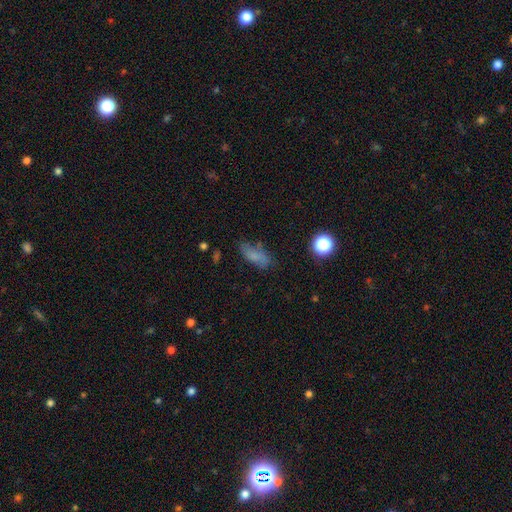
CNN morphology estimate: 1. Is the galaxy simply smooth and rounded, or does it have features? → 72% smooth, 15% featured or disk, 13% star or artifact.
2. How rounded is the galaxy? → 77% in between, 18% cigar-shaped, 5% round.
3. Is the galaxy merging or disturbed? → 63% none, 24% minor disturbance, 9% major disturbance, 4% merger.